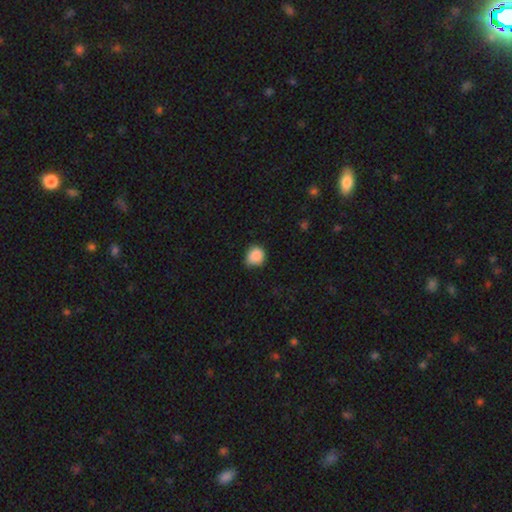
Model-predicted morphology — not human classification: A smooth galaxy with no disk features (88%) that is round (77%). Merging: none (69%).